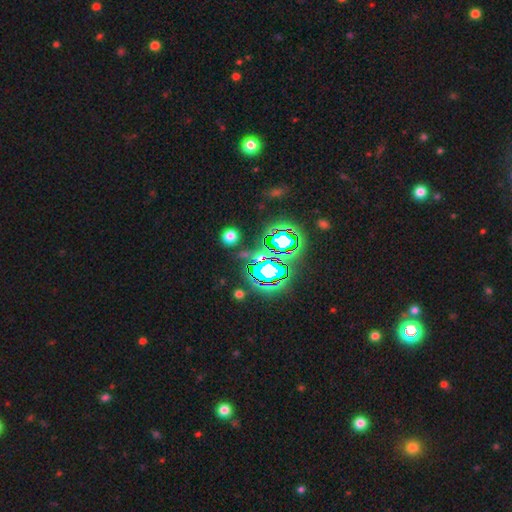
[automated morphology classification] star or artifact 81%, smooth 12%, featured or disk 7%.